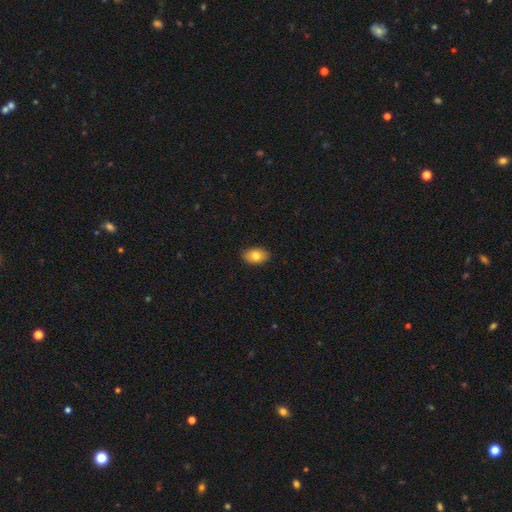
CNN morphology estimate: smooth_or_featured: smooth (p=0.81) [alt: featured or disk p=0.11]
how_rounded: in between (p=0.86) [alt: round p=0.13]
merging: none (p=0.88) [alt: minor disturbance p=0.10]